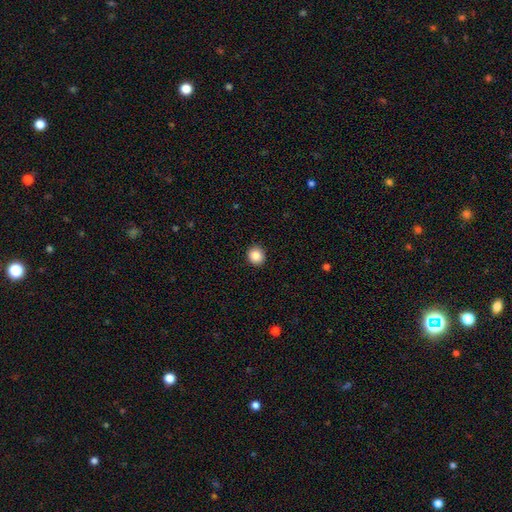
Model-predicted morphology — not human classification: type=smooth (87%); roundness=round (90%); merging=none (92%).